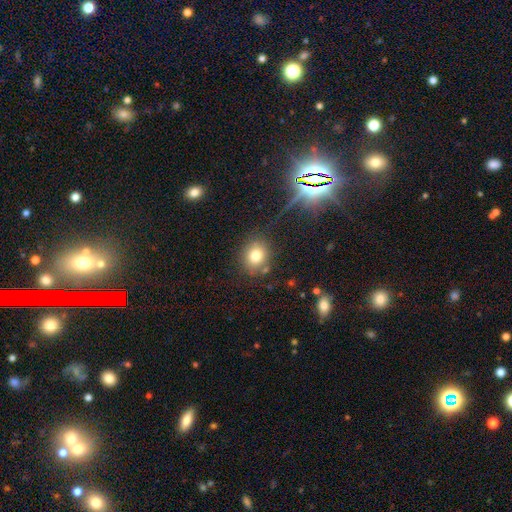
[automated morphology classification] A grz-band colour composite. It shows a smooth galaxy with no disk features (76%) that is round (69%). Merging: none (80%).